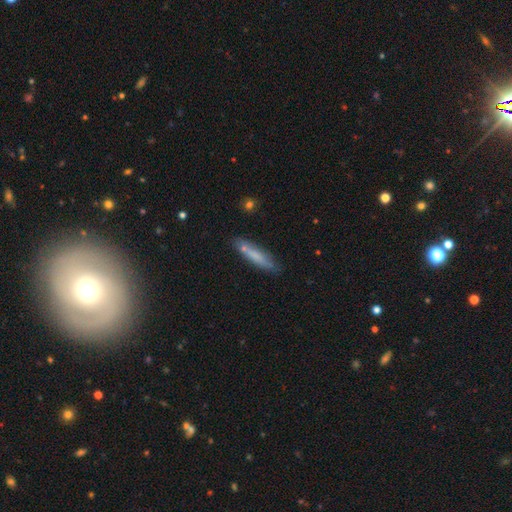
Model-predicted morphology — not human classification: The model was most divided on "smooth or featured": smooth: 73%, featured or disk: 20%, star or artifact: 7%. More confident: how rounded — cigar-shaped (85%); merging — none (74%).